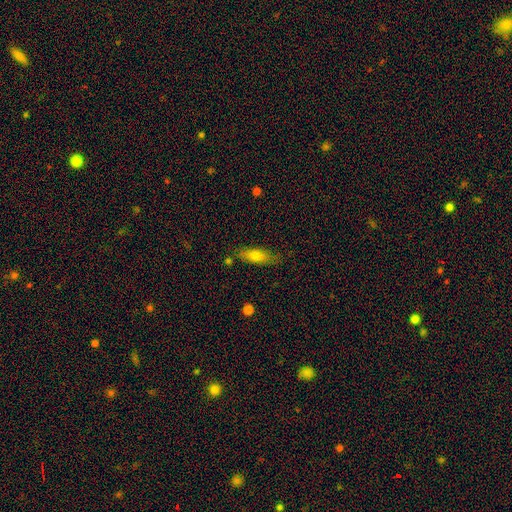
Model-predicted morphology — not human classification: A smooth galaxy with no disk features (71%) that is in between round and cigar-shaped (56%). Merging: none (75%).